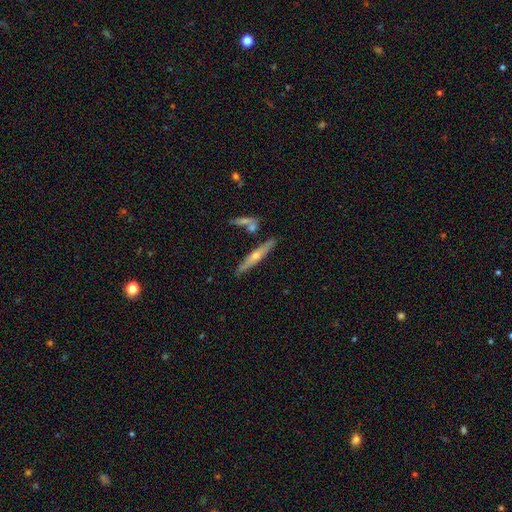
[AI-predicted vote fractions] Smooth or featured?
  - featured or disk: 62% *
  - smooth: 31%
  - star or artifact: 6%
Edge-on disk?
  - yes: 94% *
  - no: 6%
Edge-on bulge?
  - rounded: 83% *
  - none: 15%
  - boxy: 3%
Merging?
  - none: 80% *
  - minor disturbance: 10%
  - merger: 8%
  - major disturbance: 2%